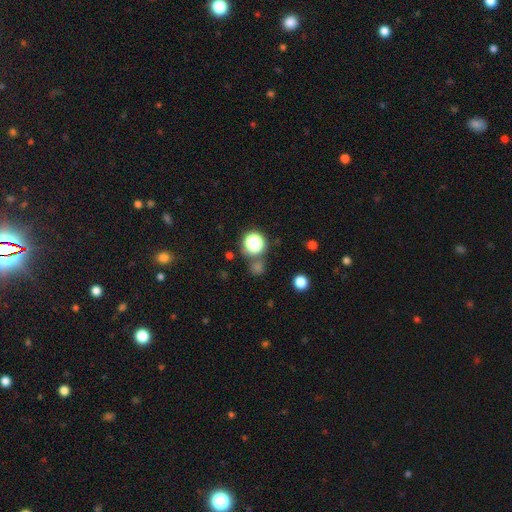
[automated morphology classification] This appears to be a star or artifact, not a galaxy (53%).